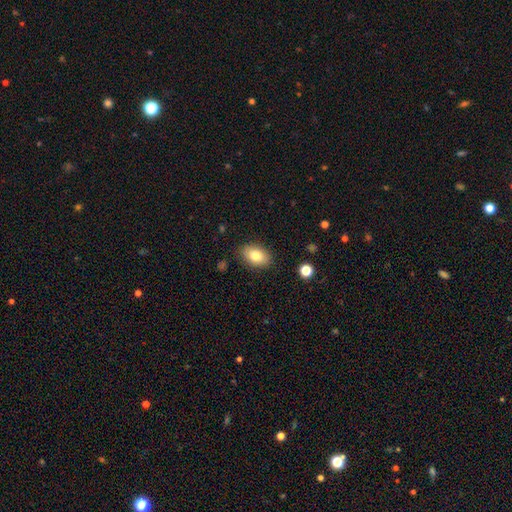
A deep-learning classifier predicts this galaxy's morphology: Q: Smooth or featured?
A: smooth (81%); runner-up: featured or disk (12%)
Q: How rounded?
A: in between (88%); runner-up: round (10%)
Q: Merging?
A: none (86%); runner-up: minor disturbance (10%)